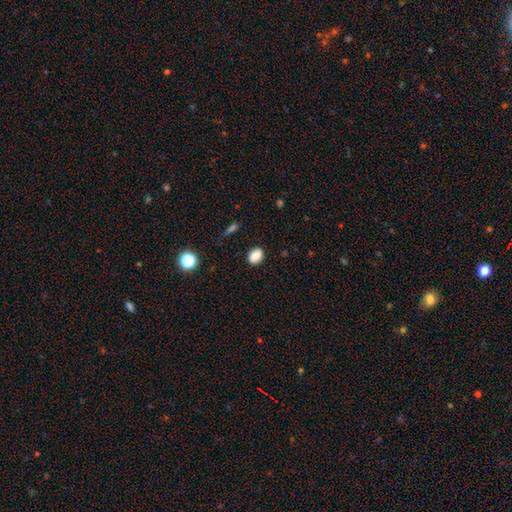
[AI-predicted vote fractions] Smooth or featured: smooth — 84% (star or artifact — 10%)
How rounded: in between — 63% (round — 35%)
Merging: none — 86% (minor disturbance — 10%)